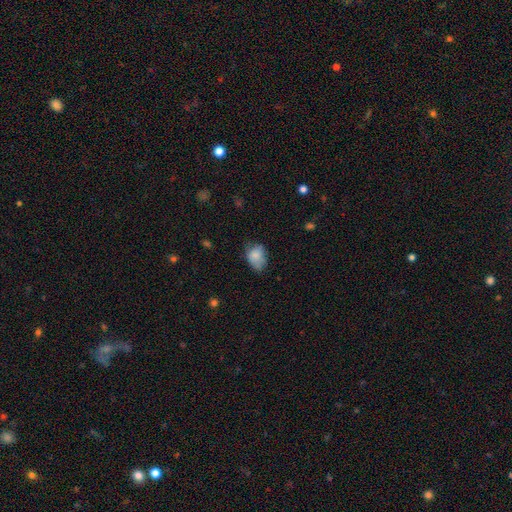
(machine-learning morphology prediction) smooth_or_featured: smooth (p=0.79) [alt: featured or disk p=0.13]
how_rounded: in between (p=0.76) [alt: round p=0.23]
merging: none (p=0.45) [alt: minor disturbance p=0.38]